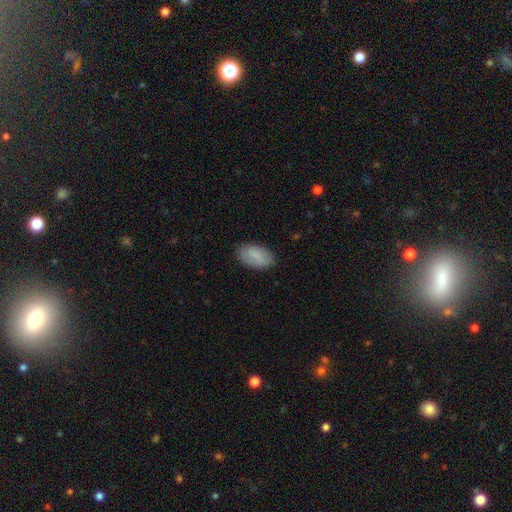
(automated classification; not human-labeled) Smooth or featured? smooth (83%)
How rounded? in between (93%)
Merging? none (84%)